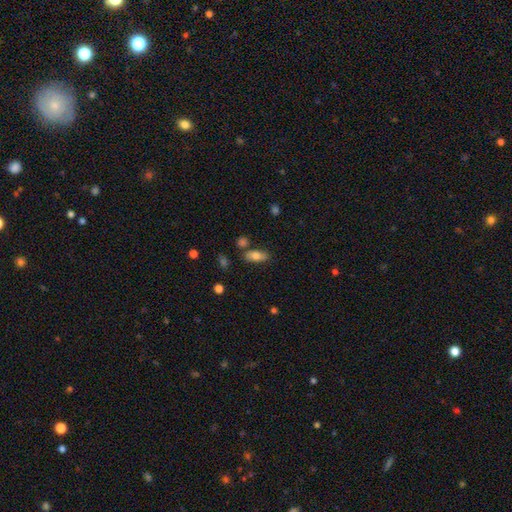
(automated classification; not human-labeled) This is likely a smooth galaxy (78%). How rounded: clearly in between (87%). Merging: likely none (75%).